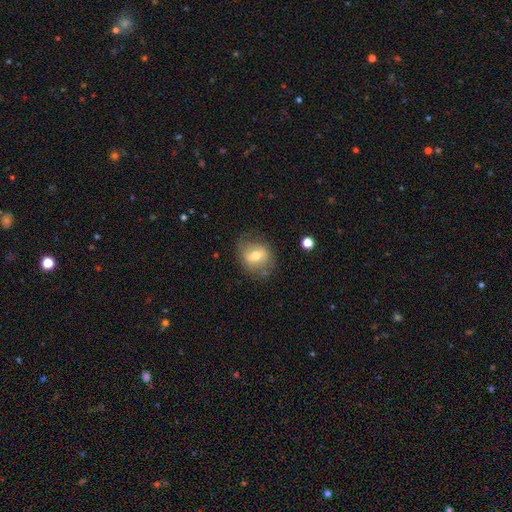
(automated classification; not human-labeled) Morphology: type=smooth (54%); roundness=round (58%); merging=none (69%).